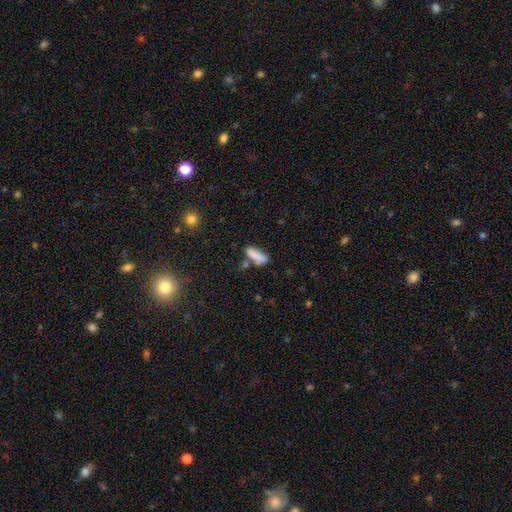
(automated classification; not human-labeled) A smooth galaxy with no disk features (82%) that is in between round and cigar-shaped (55%).

Vote fractions:
- Smooth or featured? smooth: 82% / featured or disk: 9% / star or artifact: 9%
- How rounded? in between: 55% / cigar-shaped: 42% / round: 2%
- Merging? none: 54% / minor disturbance: 22% / merger: 16% / major disturbance: 8%